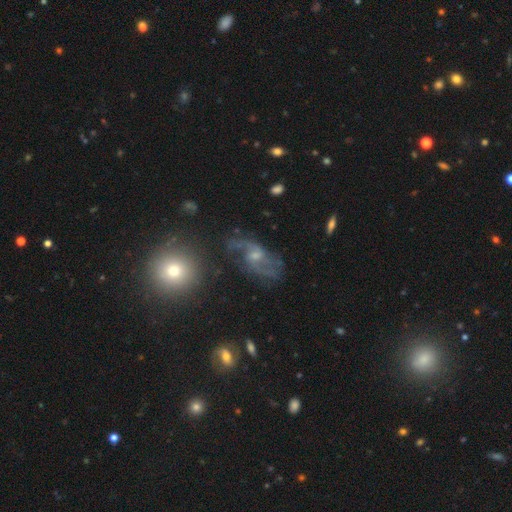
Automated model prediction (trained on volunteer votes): smooth_or_featured: featured or disk (p=0.77) [alt: smooth p=0.13]
disk_edge_on: no (p=0.96) [alt: yes p=0.04]
bar: no (p=0.47) [alt: weak p=0.45]
has_spiral_arms: yes (p=0.90) [alt: no p=0.10]
spiral_winding: loose (p=0.63) [alt: medium p=0.29]
spiral_arm_count: 2 (p=0.81) [alt: can't tell p=0.08]
bulge_size: small (p=0.54) [alt: moderate p=0.35]
merging: none (p=0.59) [alt: minor disturbance p=0.20]